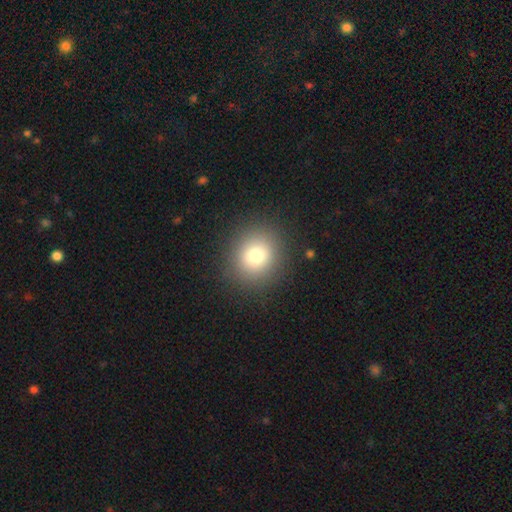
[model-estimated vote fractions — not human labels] The model was most divided on "smooth or featured": smooth: 77%, star or artifact: 13%, featured or disk: 10%. More confident: merging — none (89%); how rounded — round (84%).